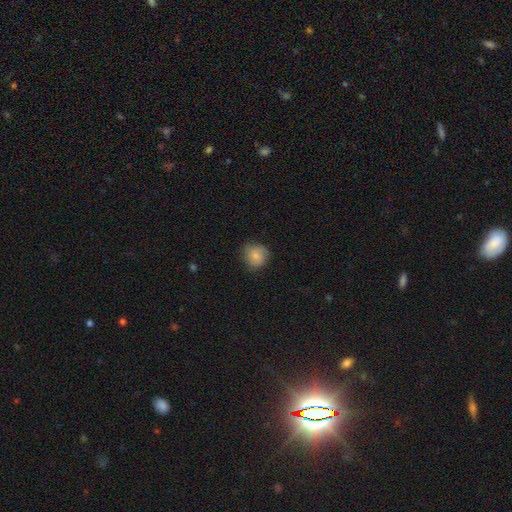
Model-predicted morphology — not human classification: Smooth or featured? Predicted: smooth (p=0.81). How rounded? Predicted: round (p=0.86). Merging? Predicted: none (p=0.75).